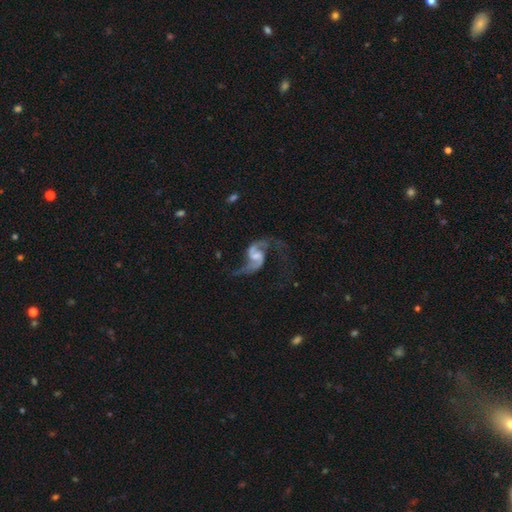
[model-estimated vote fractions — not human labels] Q: Smooth or featured?
A: featured or disk (91%); runner-up: star or artifact (5%)
Q: Edge-on disk?
A: no (98%); runner-up: yes (2%)
Q: Bar?
A: weak (52%); runner-up: no (31%)
Q: Spiral arms?
A: yes (97%); runner-up: no (3%)
Q: Spiral winding?
A: loose (70%); runner-up: medium (26%)
Q: Spiral arm count?
A: 2 (93%); runner-up: 1 (2%)
Q: Bulge size?
A: small (38%); runner-up: moderate (33%)
Q: Merging?
A: none (62%); runner-up: major disturbance (19%)